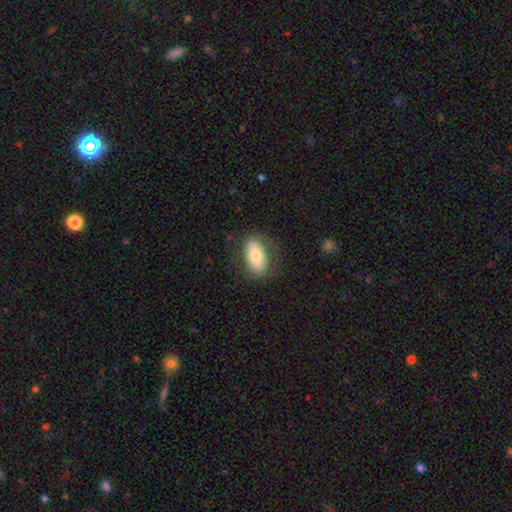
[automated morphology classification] This is likely a smooth galaxy (68%). How rounded: clearly in between (91%). Merging: likely none (76%).